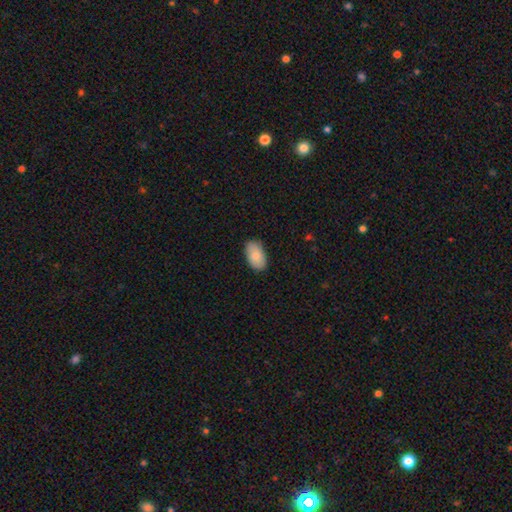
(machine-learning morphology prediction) Q: Smooth or featured?
A: smooth (83%); runner-up: featured or disk (11%)
Q: How rounded?
A: in between (94%); runner-up: round (4%)
Q: Merging?
A: none (85%); runner-up: minor disturbance (12%)